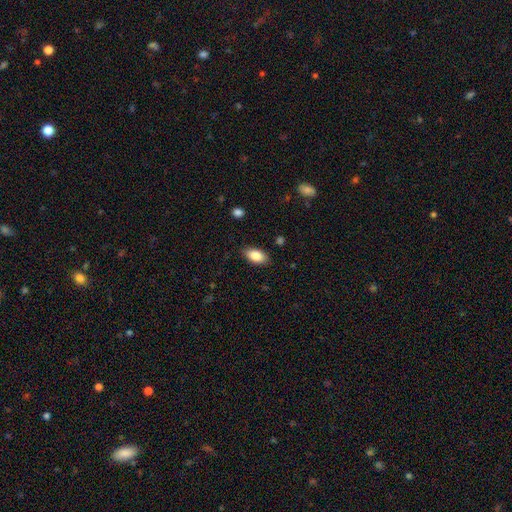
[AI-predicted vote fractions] Overall: smooth (85%). How rounded: in between (92%). Merging: none (85%).